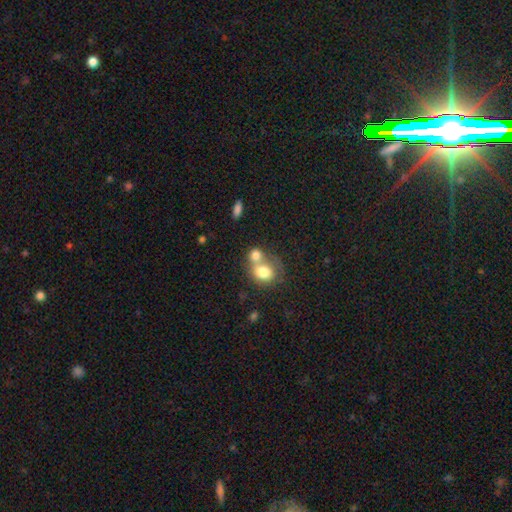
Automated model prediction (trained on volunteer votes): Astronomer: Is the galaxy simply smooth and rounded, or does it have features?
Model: smooth — 75%.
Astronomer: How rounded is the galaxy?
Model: round — 63%.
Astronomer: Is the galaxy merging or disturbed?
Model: merger — 64%.